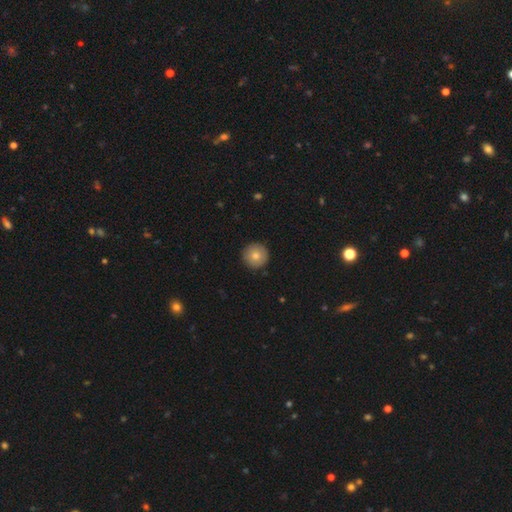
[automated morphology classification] smooth_or_featured: smooth (p=0.80) [alt: featured or disk p=0.12]
how_rounded: round (p=0.96) [alt: in between p=0.03]
merging: none (p=0.92) [alt: minor disturbance p=0.05]